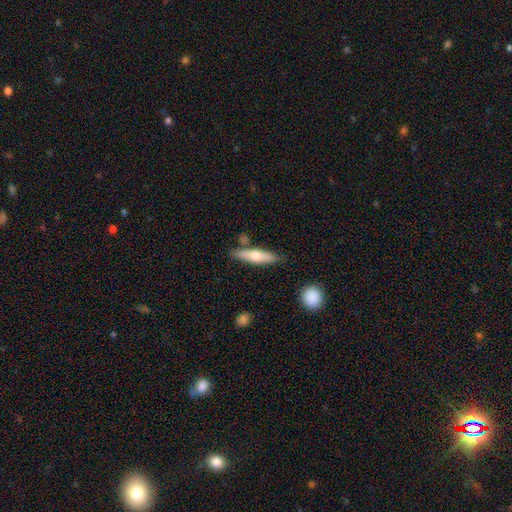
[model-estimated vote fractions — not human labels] This appears to be a smooth galaxy with no disk features (56%) that is cigar-shaped (72%). Merging: none (78%).